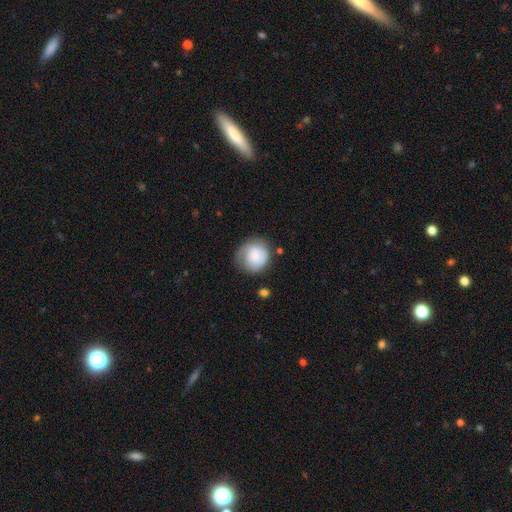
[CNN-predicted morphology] Smooth or featured: smooth — 75% (featured or disk — 18%)
How rounded: round — 86% (in between — 13%)
Merging: none — 59% (minor disturbance — 26%)